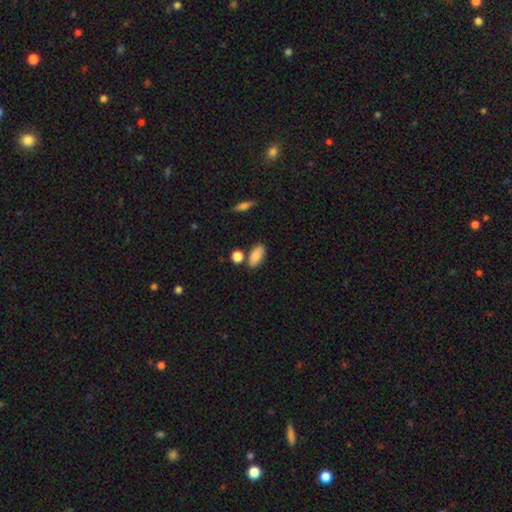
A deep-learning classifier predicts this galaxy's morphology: The model was most divided on "merging": none: 72%, minor disturbance: 14%, merger: 11%, major disturbance: 3%. More confident: how rounded — in between (88%); smooth or featured — smooth (86%).